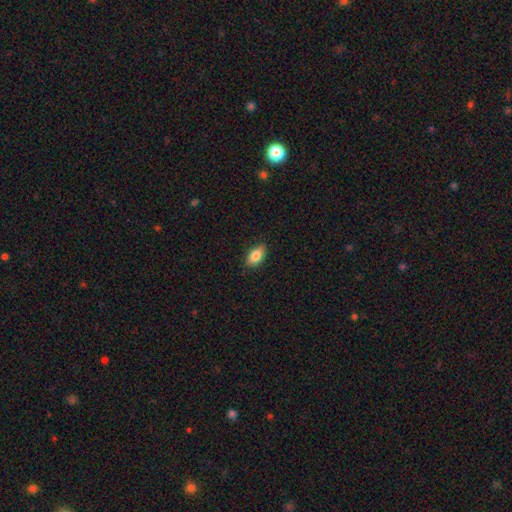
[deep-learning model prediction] smooth 84%, featured or disk 9%, star or artifact 7%. Down the decision tree: how rounded — in between (89%); merging — none (85%).